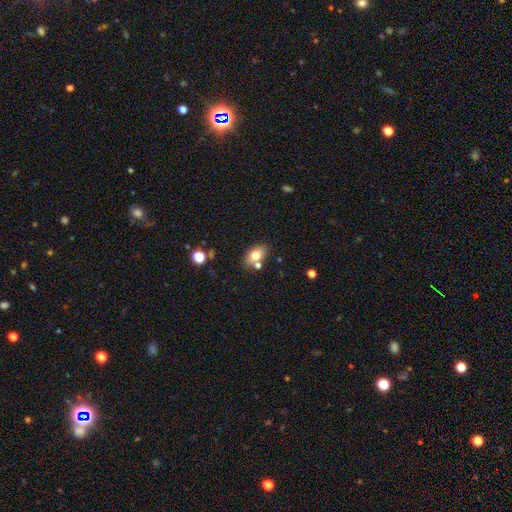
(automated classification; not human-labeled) Smooth or featured: smooth — 76% (featured or disk — 14%)
How rounded: in between — 84% (round — 14%)
Merging: none — 70% (merger — 14%)